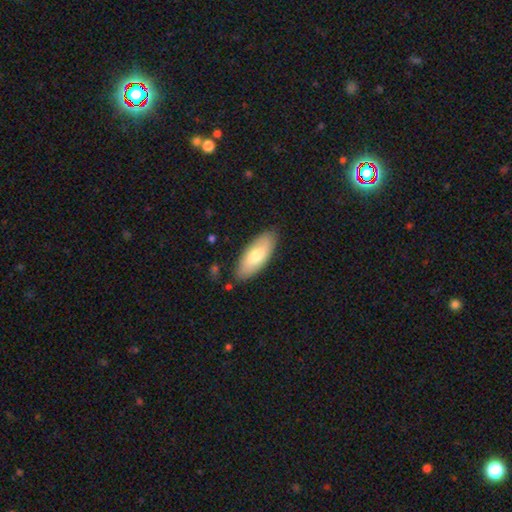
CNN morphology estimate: Q: Smooth or featured?
A: smooth (69%); runner-up: featured or disk (25%)
Q: How rounded?
A: in between (81%); runner-up: cigar-shaped (17%)
Q: Merging?
A: none (85%); runner-up: minor disturbance (11%)